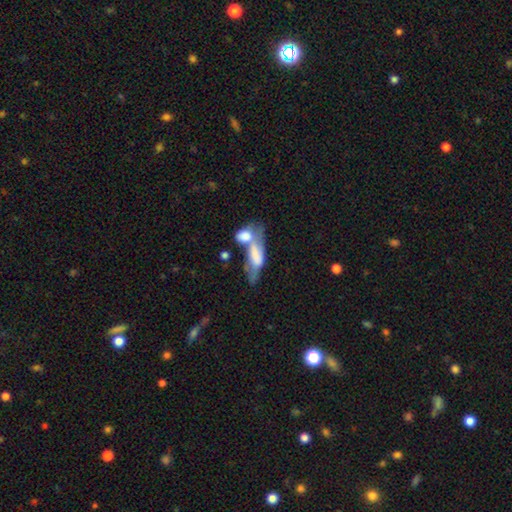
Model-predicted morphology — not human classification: Smooth or featured? smooth (57%)
How rounded? in between (73%)
Merging? merger (64%)